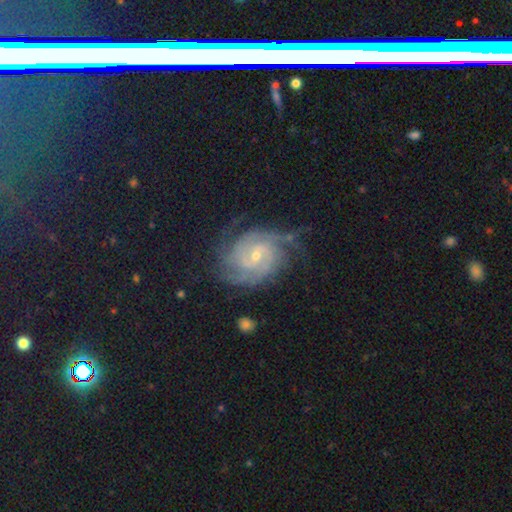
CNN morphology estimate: Smooth or featured? featured or disk (88%)
Edge-on disk? no (98%)
Bar? no (47%)
Spiral arms? yes (97%)
Spiral winding? tight (64%)
Spiral arm count? 2 (31%)
Bulge size? small (64%)
Merging? none (67%)